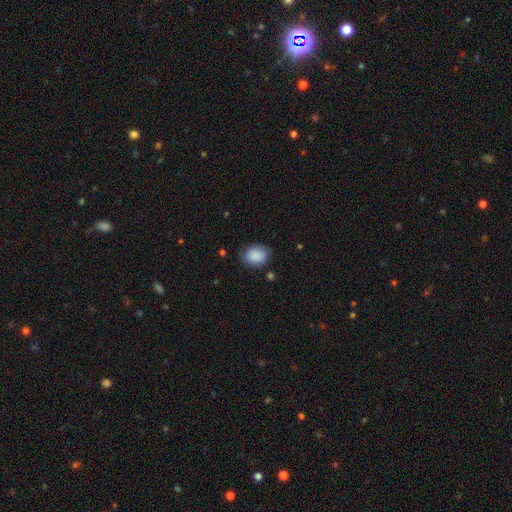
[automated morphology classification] Smooth or featured? Predicted: smooth (p=0.88). How rounded? Predicted: in between (p=0.56). Merging? Predicted: none (p=0.79).